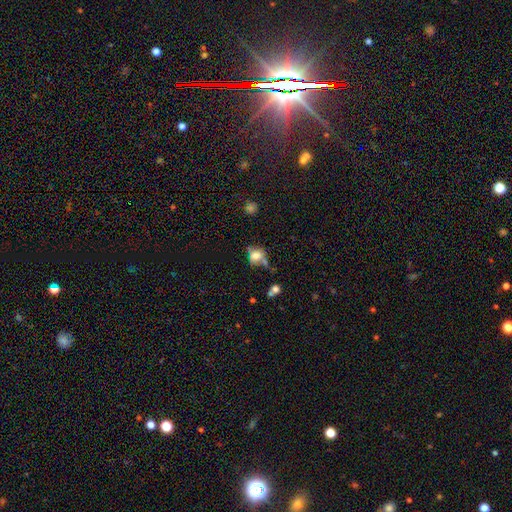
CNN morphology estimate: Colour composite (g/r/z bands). It shows a smooth galaxy with no disk features (57%) that is round (50%). Merging: none (48%).